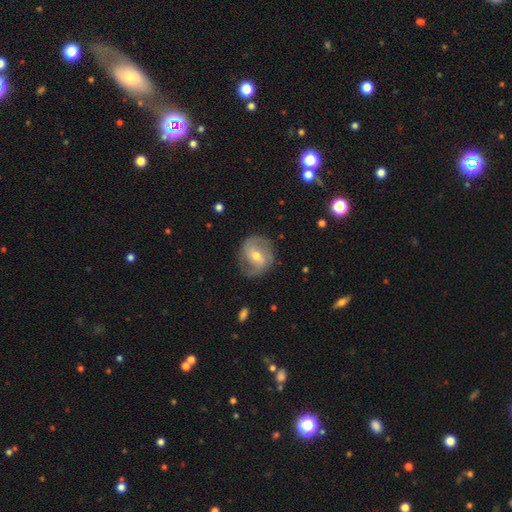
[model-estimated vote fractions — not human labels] featured or disk 75%, smooth 18%, star or artifact 6%. Down the decision tree: edge-on disk — no (97%); bar — weak (48%); spiral arms — yes (88%); spiral arm count — 2 (81%); spiral winding — medium (45%); bulge size — moderate (61%); merging — none (76%).